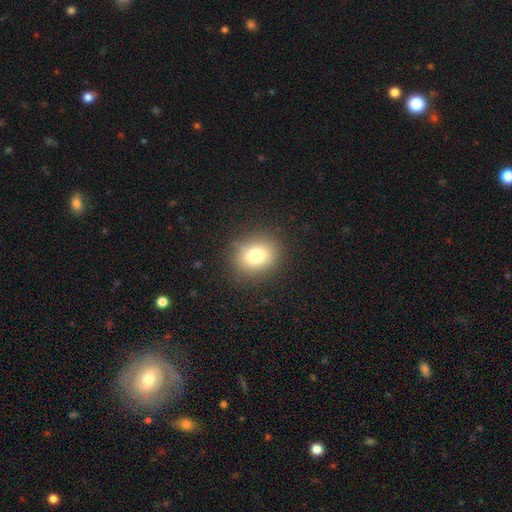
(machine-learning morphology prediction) smooth 77%, star or artifact 13%, featured or disk 10%. Down the decision tree: how rounded — round (66%); merging — none (86%).